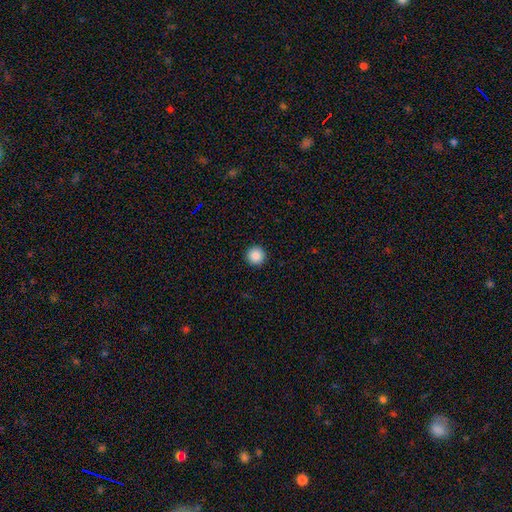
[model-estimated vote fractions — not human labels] Smooth or featured?
  - smooth: 88% *
  - star or artifact: 9%
  - featured or disk: 3%
How rounded?
  - round: 96% *
  - in between: 3%
  - cigar-shaped: 1%
Merging?
  - none: 94% *
  - minor disturbance: 4%
  - major disturbance: 1%
  - merger: 1%